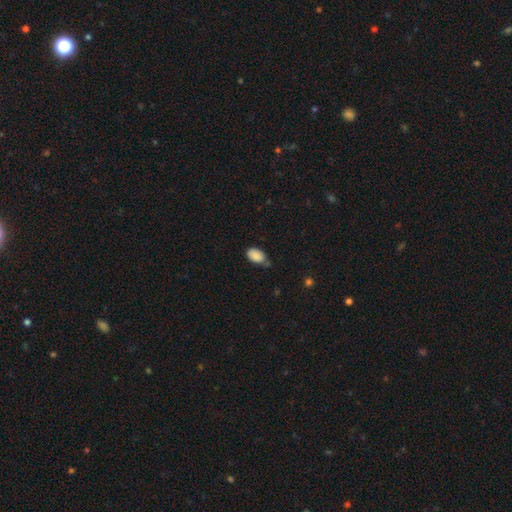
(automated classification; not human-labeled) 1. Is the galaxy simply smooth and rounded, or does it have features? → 88% smooth, 8% star or artifact, 5% featured or disk.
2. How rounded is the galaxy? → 91% in between, 7% round, 1% cigar-shaped.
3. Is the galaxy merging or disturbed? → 55% none, 33% minor disturbance, 6% major disturbance, 6% merger.